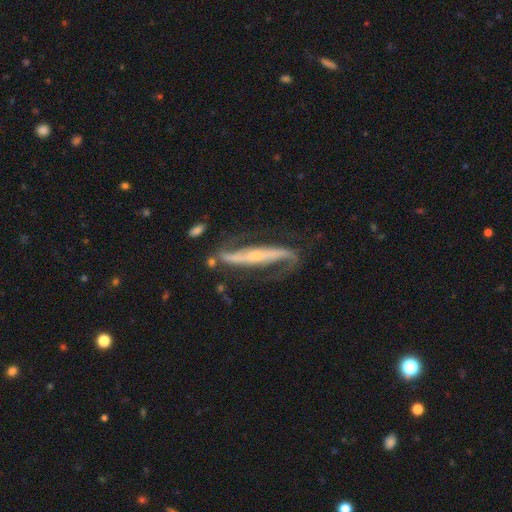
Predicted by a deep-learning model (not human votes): A featured or disk galaxy (89%) with a strong bar (62%), 2 (92%) loose (50%) spiral arms (96%) and a small central bulge (74%). Merging: none (68%).